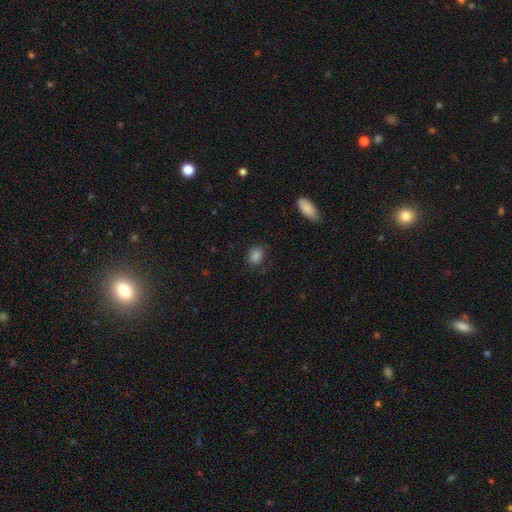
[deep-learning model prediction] A smooth galaxy with no disk features (84%) that is in between round and cigar-shaped (57%). Merging: none (79%).